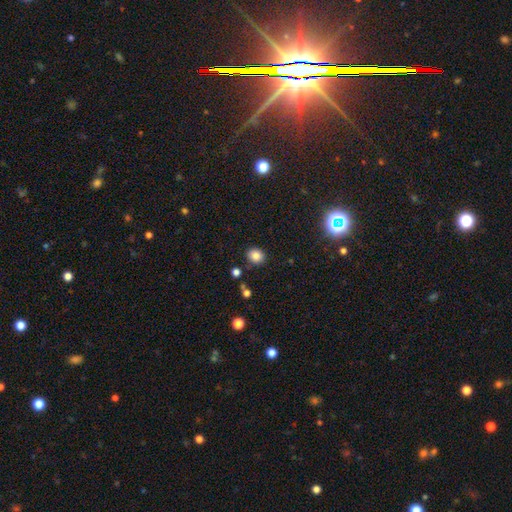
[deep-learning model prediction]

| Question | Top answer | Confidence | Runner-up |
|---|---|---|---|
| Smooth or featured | smooth | 83% | star or artifact (11%) |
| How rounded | round | 76% | in between (23%) |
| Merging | none | 87% | minor disturbance (8%) |